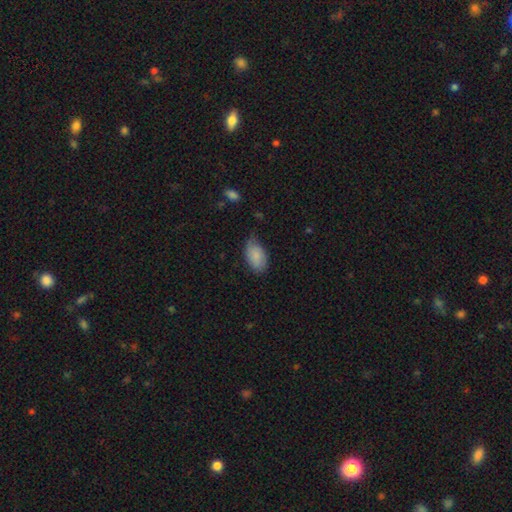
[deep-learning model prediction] Q: Smooth or featured?
A: smooth (82%); runner-up: featured or disk (12%)
Q: How rounded?
A: in between (93%); runner-up: round (5%)
Q: Merging?
A: none (59%); runner-up: minor disturbance (33%)